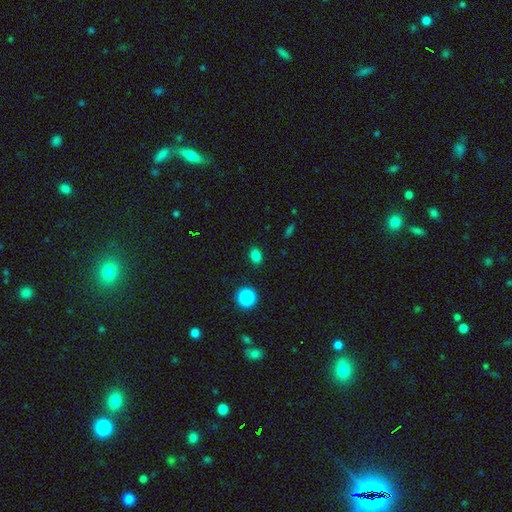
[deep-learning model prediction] smooth 80%, star or artifact 15%, featured or disk 5%. Down the decision tree: how rounded — in between (65%); merging — none (87%).